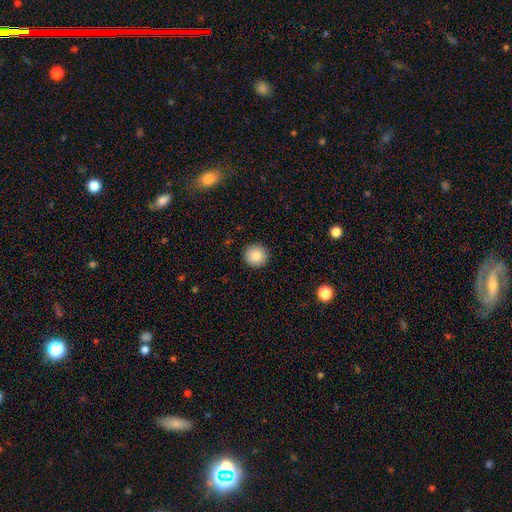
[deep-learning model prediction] Q: Smooth or featured?
A: smooth (87%); runner-up: star or artifact (9%)
Q: How rounded?
A: round (95%); runner-up: in between (4%)
Q: Merging?
A: none (92%); runner-up: minor disturbance (5%)